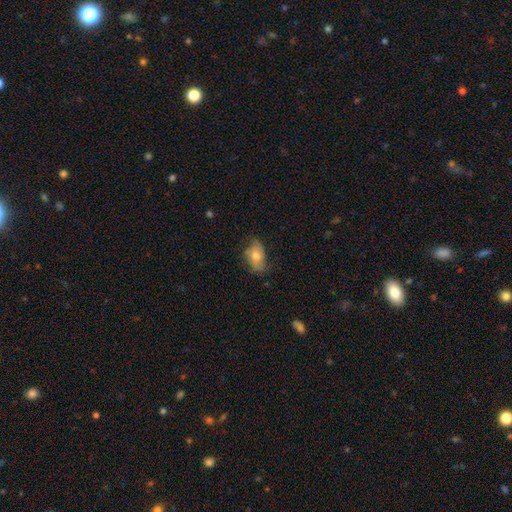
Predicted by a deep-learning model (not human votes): Smooth or featured? Predicted: smooth (p=0.50). How rounded? Predicted: in between (p=0.85). Merging? Predicted: none (p=0.63).